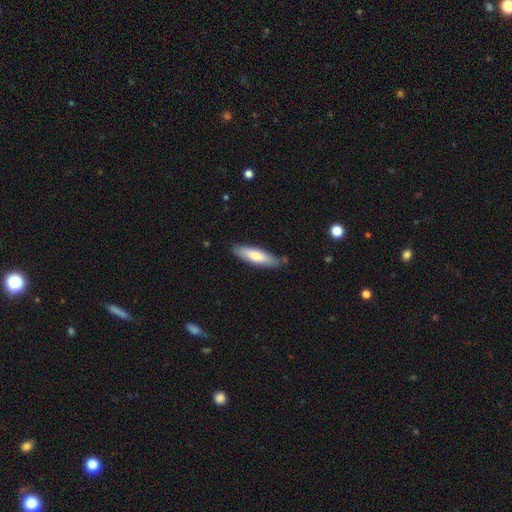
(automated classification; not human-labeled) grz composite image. It shows a smooth galaxy with no disk features (69%) that is cigar-shaped (61%). Merging: none (84%).